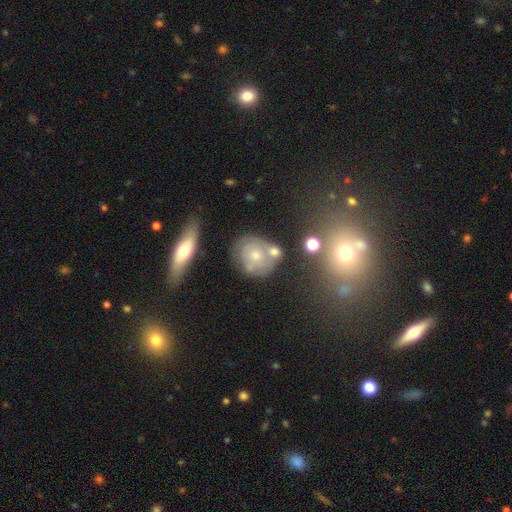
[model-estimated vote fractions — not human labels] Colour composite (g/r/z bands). It shows a smooth galaxy with no disk features (53%) that is round (74%). Merging: none (46%).